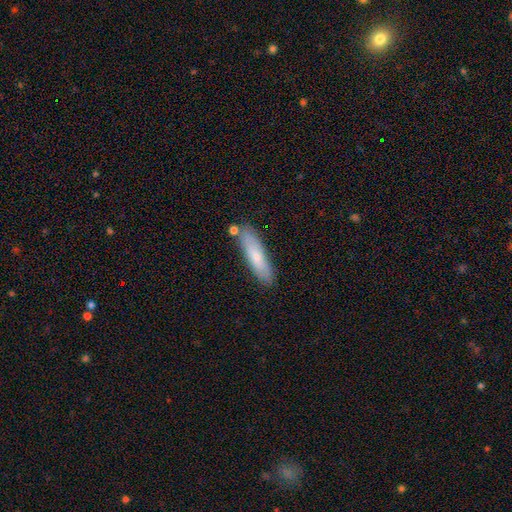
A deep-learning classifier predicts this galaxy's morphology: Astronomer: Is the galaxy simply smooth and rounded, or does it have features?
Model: smooth — 72%.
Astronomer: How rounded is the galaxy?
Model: cigar-shaped — 74%.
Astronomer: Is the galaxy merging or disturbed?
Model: none — 81%.